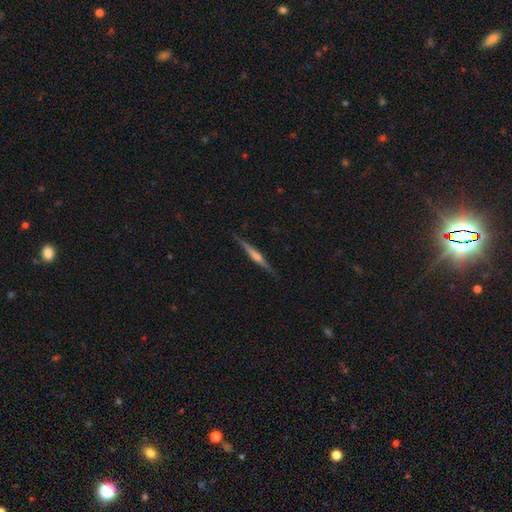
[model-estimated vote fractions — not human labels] smooth-or-featured: featured or disk: 71% | smooth: 23% | star or artifact: 6%
  disk-edge-on: yes: 98% | no: 2%
    edge-on-bulge: rounded: 60% | none: 21% | boxy: 19%
  merging: none: 89% | minor disturbance: 8% | major disturbance: 2% | merger: 1%